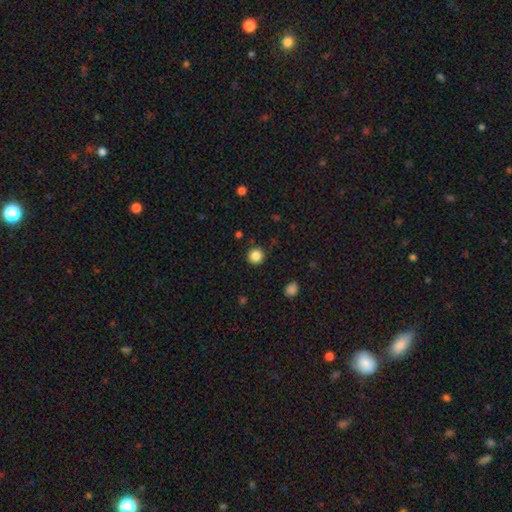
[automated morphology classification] type=smooth (85%); roundness=round (95%); merging=none (90%).